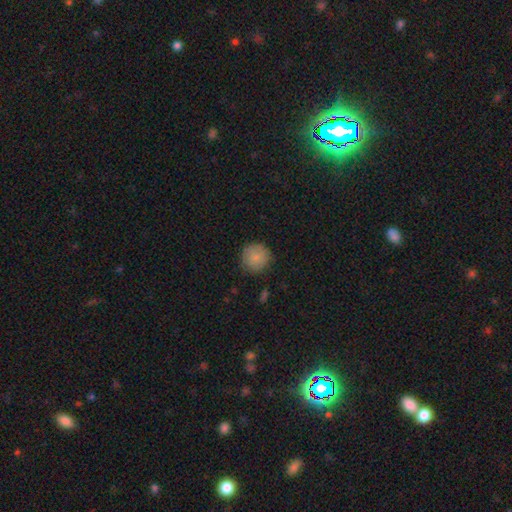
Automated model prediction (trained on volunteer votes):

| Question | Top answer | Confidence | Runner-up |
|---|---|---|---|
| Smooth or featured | smooth | 85% | star or artifact (8%) |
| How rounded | round | 94% | in between (5%) |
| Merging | none | 86% | minor disturbance (11%) |